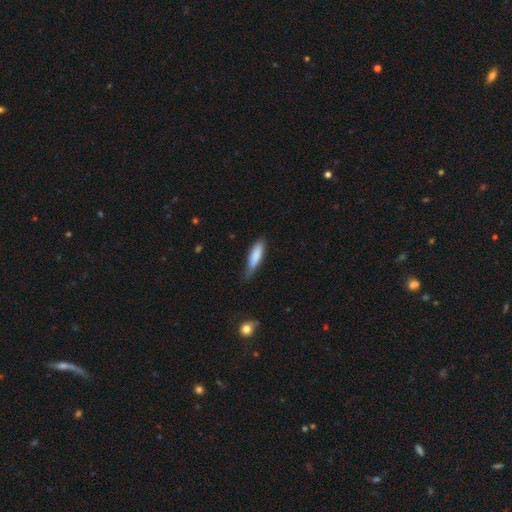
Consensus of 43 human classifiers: Smooth or featured? smooth (77%)
How rounded? cigar-shaped (70%)
Merging? none (60%)